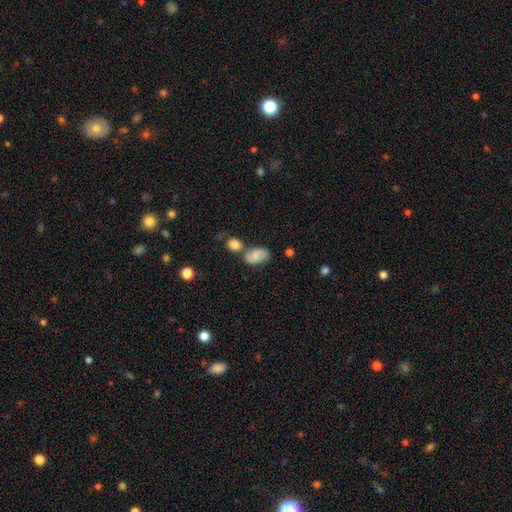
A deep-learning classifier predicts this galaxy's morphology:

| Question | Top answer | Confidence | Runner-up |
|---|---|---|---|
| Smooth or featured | smooth | 67% | featured or disk (25%) |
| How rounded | in between | 89% | round (10%) |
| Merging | none | 50% | merger (26%) |